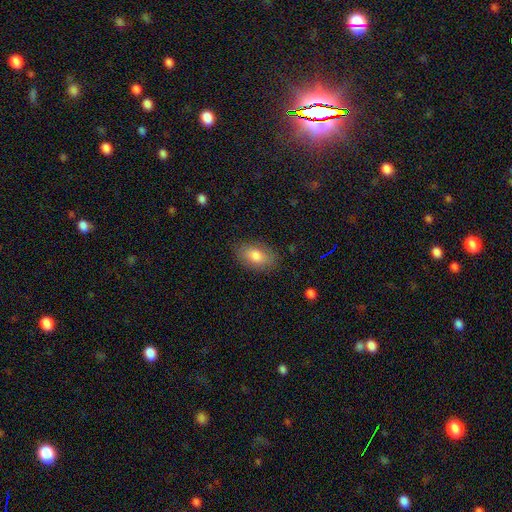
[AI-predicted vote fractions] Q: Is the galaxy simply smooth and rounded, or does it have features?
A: smooth — 80%.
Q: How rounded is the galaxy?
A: in between — 91%.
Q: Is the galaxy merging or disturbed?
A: none — 83%.